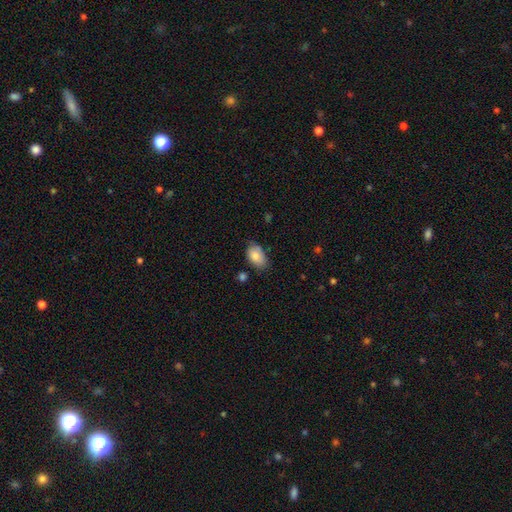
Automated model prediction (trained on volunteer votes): smooth_or_featured: smooth (p=0.83) [alt: featured or disk p=0.10]
how_rounded: in between (p=0.90) [alt: round p=0.09]
merging: none (p=0.65) [alt: minor disturbance p=0.27]